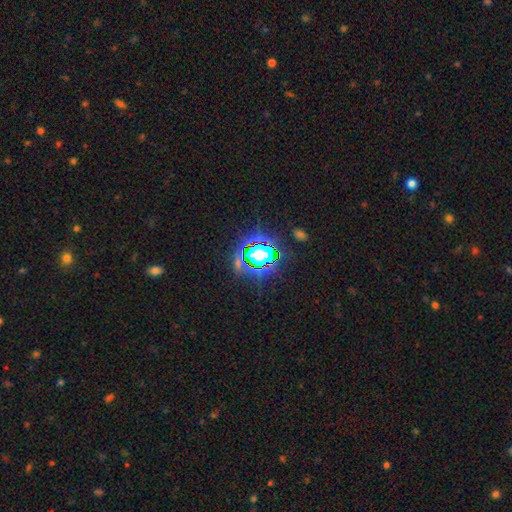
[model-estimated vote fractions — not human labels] A star or artifact, not a galaxy (77%).

Vote fractions:
- Smooth or featured? star or artifact: 77% / smooth: 14% / featured or disk: 9%